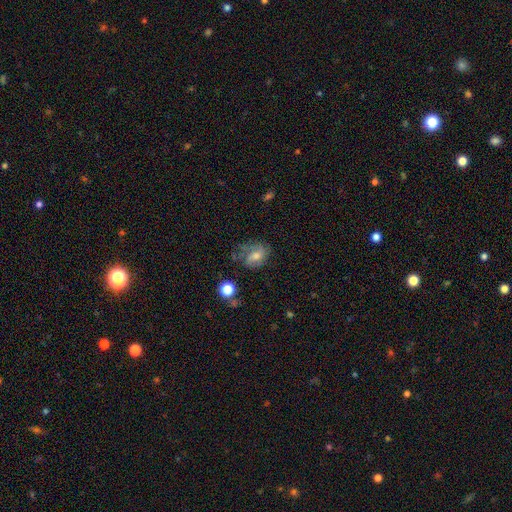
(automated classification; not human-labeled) A featured or disk galaxy (50%). Merging: none (54%).